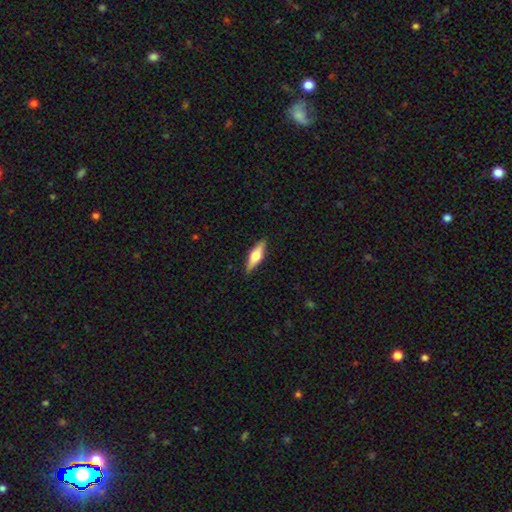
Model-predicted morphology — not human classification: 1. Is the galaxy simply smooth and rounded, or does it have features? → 51% featured or disk, 43% smooth, 6% star or artifact.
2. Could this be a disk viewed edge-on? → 94% yes, 6% no.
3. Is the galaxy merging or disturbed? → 89% none, 9% minor disturbance, 2% major disturbance, 1% merger.